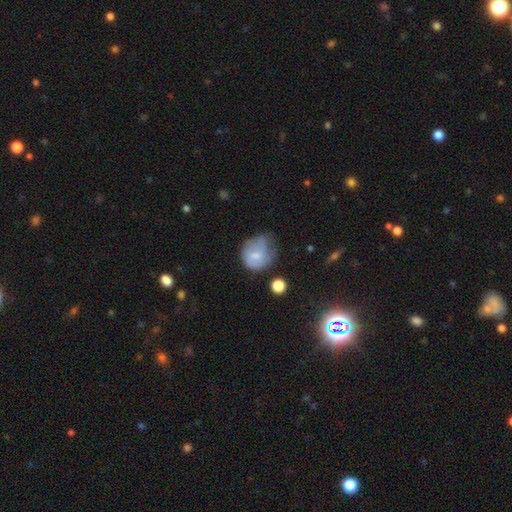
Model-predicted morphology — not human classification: type=smooth (63%); roundness=round (68%); merging=minor disturbance (38%).